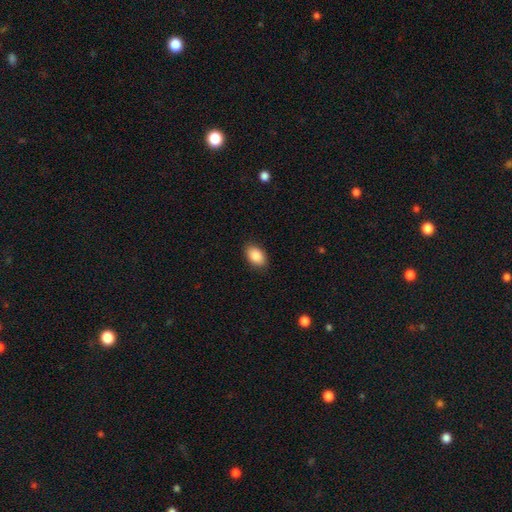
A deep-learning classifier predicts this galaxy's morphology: smooth 88%, star or artifact 7%, featured or disk 5%. Down the decision tree: how rounded — in between (89%); merging — none (88%).